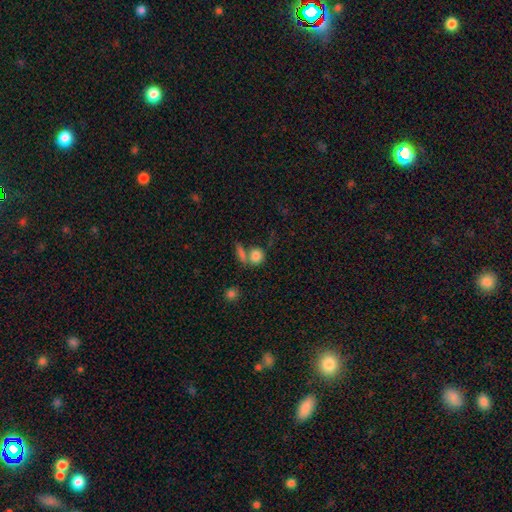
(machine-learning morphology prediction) Smooth or featured: smooth — 81% (star or artifact — 10%)
How rounded: round — 68% (in between — 28%)
Merging: none — 51% (merger — 31%)